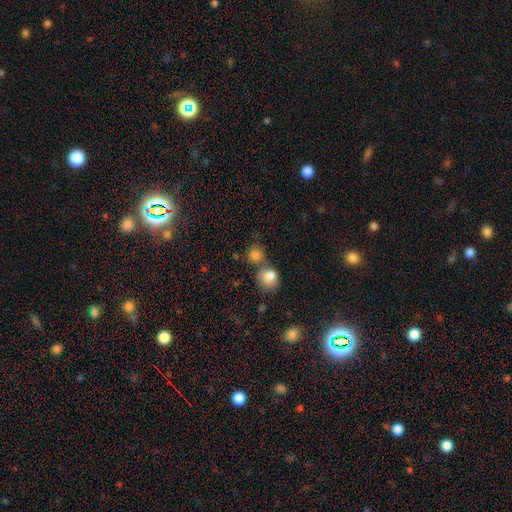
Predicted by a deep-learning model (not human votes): Smooth or featured?
  - smooth: 67% *
  - star or artifact: 25%
  - featured or disk: 8%
How rounded?
  - round: 85% *
  - in between: 14%
  - cigar-shaped: 1%
Merging?
  - none: 61% *
  - merger: 28%
  - minor disturbance: 8%
  - major disturbance: 3%